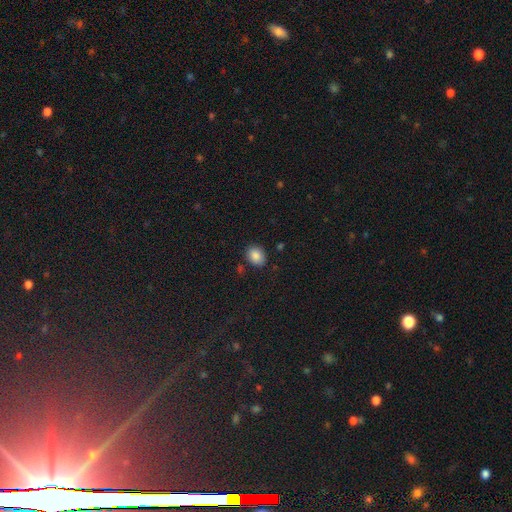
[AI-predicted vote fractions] Smooth or featured?
  - smooth: 86% *
  - star or artifact: 9%
  - featured or disk: 5%
How rounded?
  - in between: 54% *
  - round: 45%
  - cigar-shaped: 1%
Merging?
  - none: 84% *
  - minor disturbance: 10%
  - merger: 3%
  - major disturbance: 3%